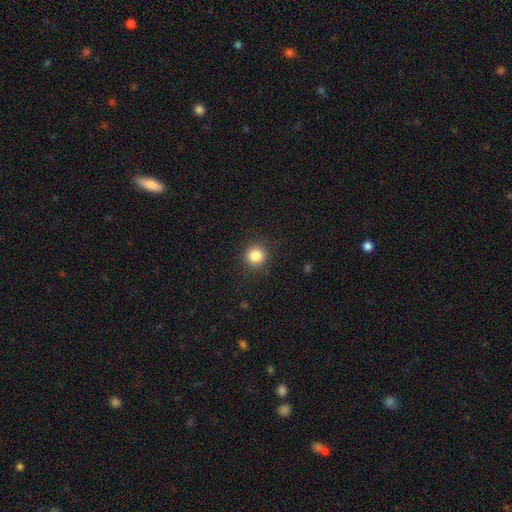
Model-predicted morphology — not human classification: The model was most divided on "smooth or featured": smooth: 85%, star or artifact: 11%, featured or disk: 5%. More confident: how rounded — round (93%); merging — none (90%).